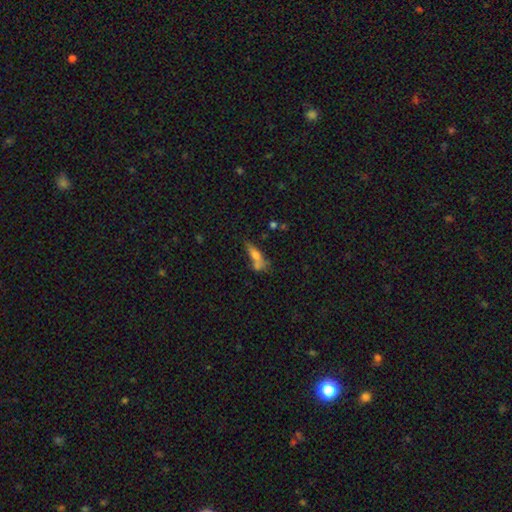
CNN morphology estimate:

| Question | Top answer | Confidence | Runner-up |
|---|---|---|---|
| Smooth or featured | smooth | 59% | featured or disk (31%) |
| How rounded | in between | 50% | cigar-shaped (45%) |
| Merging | merger | 39% | none (34%) |